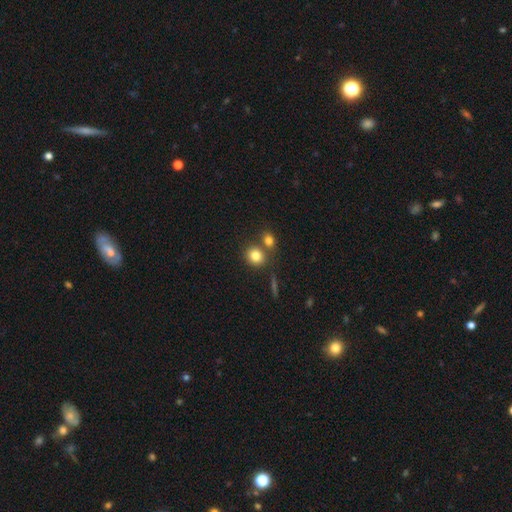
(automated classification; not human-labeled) Morphology: type=smooth (81%); roundness=round (77%); merging=none (60%).